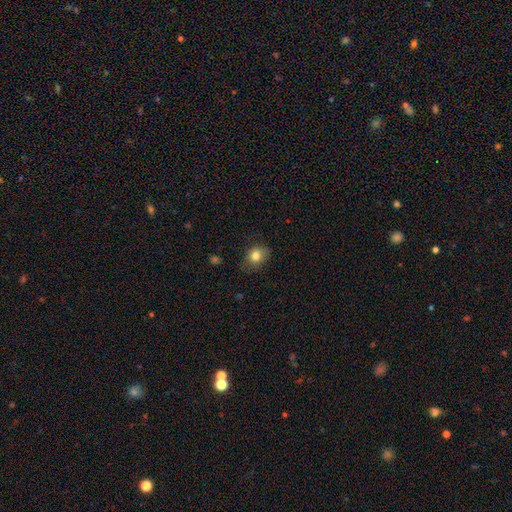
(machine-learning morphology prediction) Overall: smooth (81%). How rounded: round (55%; in between 44%). Merging: none (74%).